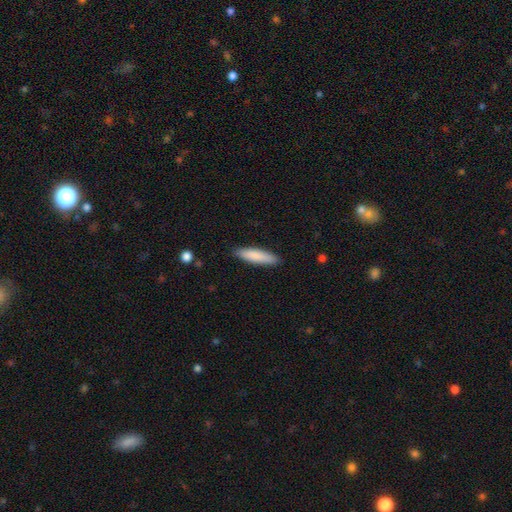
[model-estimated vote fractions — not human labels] This is clearly a smooth galaxy (85%). How rounded: likely cigar-shaped (77%). Merging: clearly none (89%).